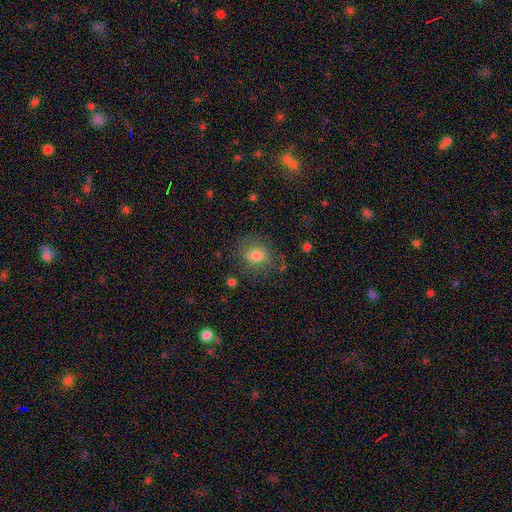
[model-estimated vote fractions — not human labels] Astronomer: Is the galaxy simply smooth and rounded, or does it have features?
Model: smooth — 74%.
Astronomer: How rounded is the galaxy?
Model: round — 64%.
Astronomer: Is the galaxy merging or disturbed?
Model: none — 72%.